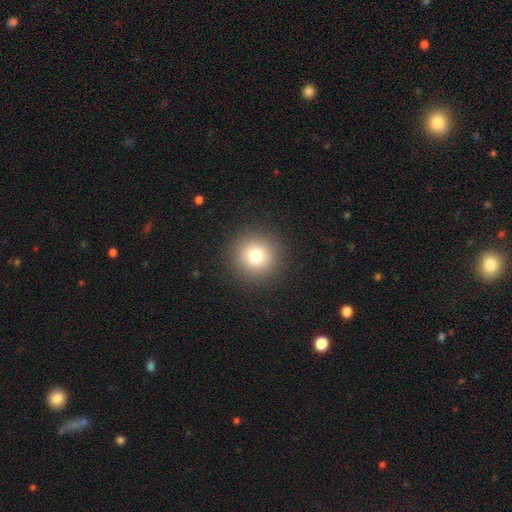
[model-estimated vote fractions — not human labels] smooth-or-featured: smooth: 77% | star or artifact: 13% | featured or disk: 10%
  how-rounded: round: 95% | in between: 4% | cigar-shaped: 1%
  merging: none: 91% | minor disturbance: 5% | major disturbance: 2% | merger: 1%